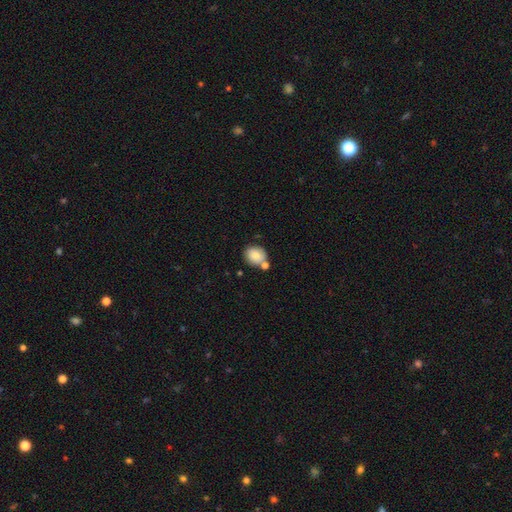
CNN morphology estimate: Smooth or featured?
  - smooth: 82% *
  - featured or disk: 10%
  - star or artifact: 8%
How rounded?
  - round: 72% *
  - in between: 28%
  - cigar-shaped: 1%
Merging?
  - none: 62% *
  - merger: 22%
  - minor disturbance: 13%
  - major disturbance: 3%